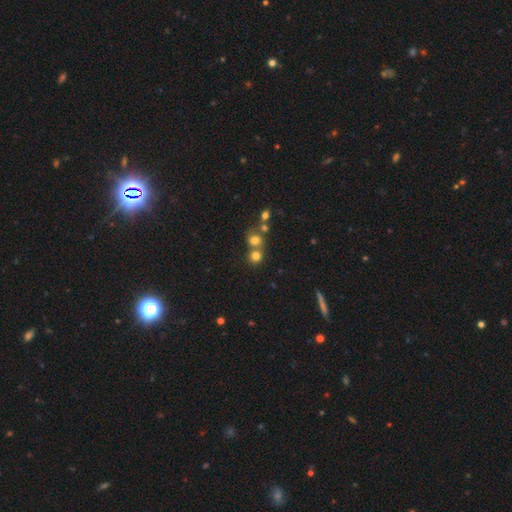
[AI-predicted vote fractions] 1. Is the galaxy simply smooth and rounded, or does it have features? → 73% smooth, 17% star or artifact, 10% featured or disk.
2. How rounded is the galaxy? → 83% round, 16% in between, 1% cigar-shaped.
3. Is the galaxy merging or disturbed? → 51% none, 38% merger, 7% minor disturbance, 3% major disturbance.